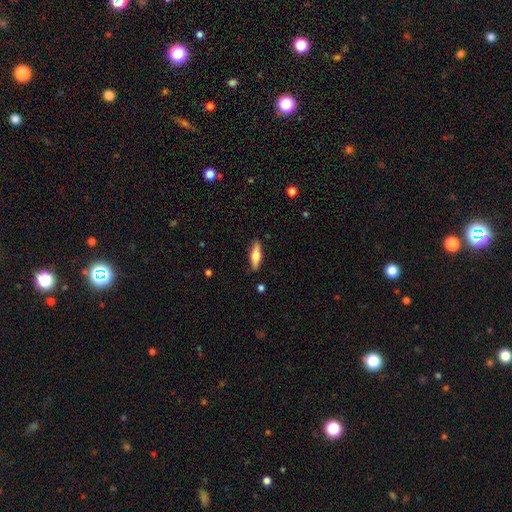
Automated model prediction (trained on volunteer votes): smooth_or_featured: smooth (p=0.52) [alt: featured or disk p=0.42]
how_rounded: cigar-shaped (p=0.58) [alt: in between p=0.40]
merging: none (p=0.87) [alt: minor disturbance p=0.09]